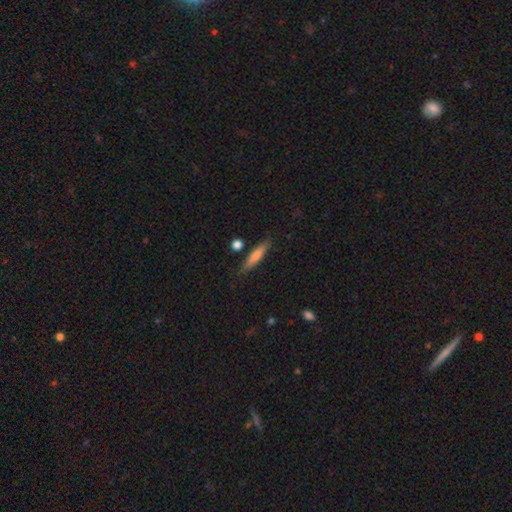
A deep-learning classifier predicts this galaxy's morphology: smooth_or_featured: smooth (p=0.65) [alt: featured or disk p=0.28]
how_rounded: cigar-shaped (p=0.87) [alt: in between p=0.11]
merging: none (p=0.83) [alt: minor disturbance p=0.11]